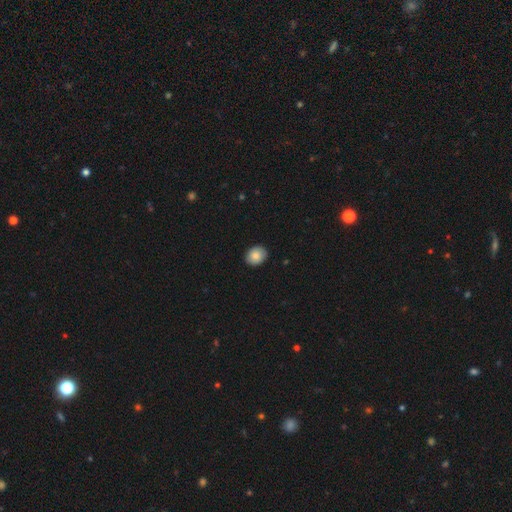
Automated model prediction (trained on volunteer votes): smooth_or_featured: smooth (p=0.85) [alt: star or artifact p=0.08]
how_rounded: round (p=0.53) [alt: in between p=0.47]
merging: none (p=0.90) [alt: minor disturbance p=0.08]